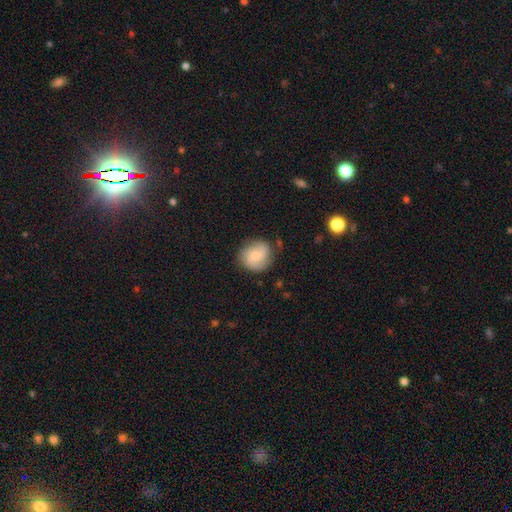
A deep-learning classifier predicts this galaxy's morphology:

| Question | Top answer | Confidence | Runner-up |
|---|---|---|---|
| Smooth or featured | featured or disk | 48% | smooth (45%) |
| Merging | none | 77% | minor disturbance (16%) |